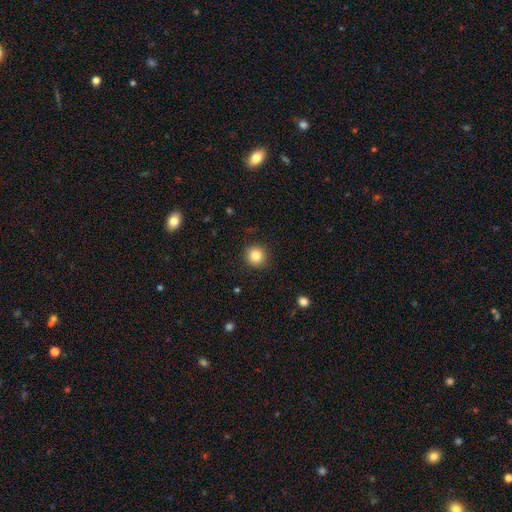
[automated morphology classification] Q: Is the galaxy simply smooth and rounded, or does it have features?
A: smooth — 83%.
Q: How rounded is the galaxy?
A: round — 94%.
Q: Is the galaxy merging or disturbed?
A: none — 91%.